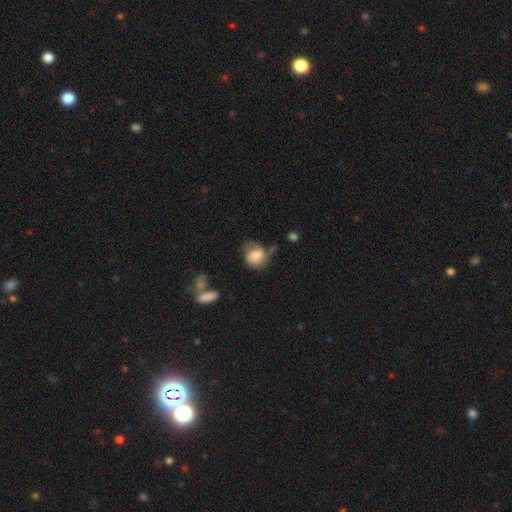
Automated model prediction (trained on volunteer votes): This is likely a smooth galaxy (62%). How rounded: likely round (63%). Merging: marginally none (37%).